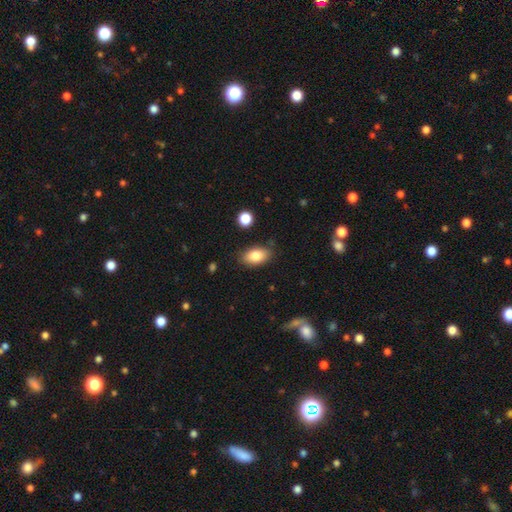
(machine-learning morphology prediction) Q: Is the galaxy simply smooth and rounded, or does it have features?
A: smooth — 82%.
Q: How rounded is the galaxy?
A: in between — 91%.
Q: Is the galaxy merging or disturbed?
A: none — 83%.